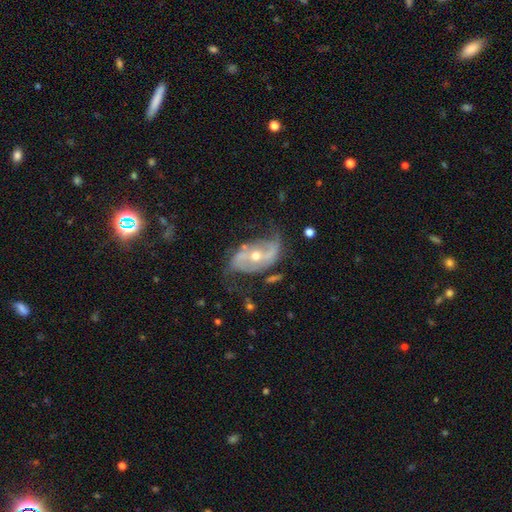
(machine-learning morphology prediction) Smooth or featured: featured or disk — 84% (smooth — 10%)
Edge-on disk: no — 95% (yes — 5%)
Bar: no — 36% (strong — 34%)
Spiral arms: yes — 89% (no — 11%)
Spiral winding: loose — 58% (medium — 30%)
Spiral arm count: 2 — 86% (can't tell — 7%)
Bulge size: moderate — 54% (small — 43%)
Merging: none — 57% (minor disturbance — 24%)